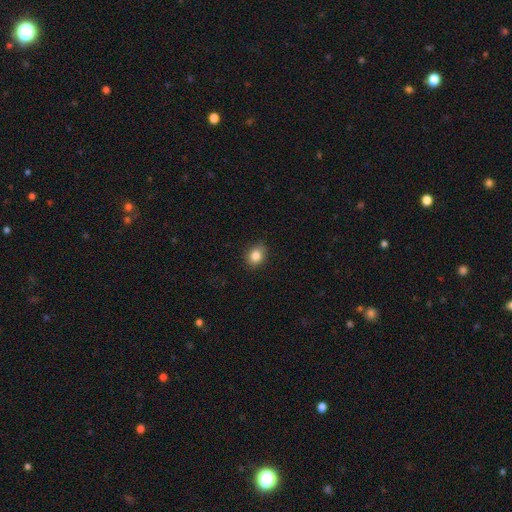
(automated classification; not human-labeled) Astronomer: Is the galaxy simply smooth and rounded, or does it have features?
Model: smooth — 84%.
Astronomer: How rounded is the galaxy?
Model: round — 51% (runner-up: in between, 48%).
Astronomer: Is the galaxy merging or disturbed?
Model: none — 85%.